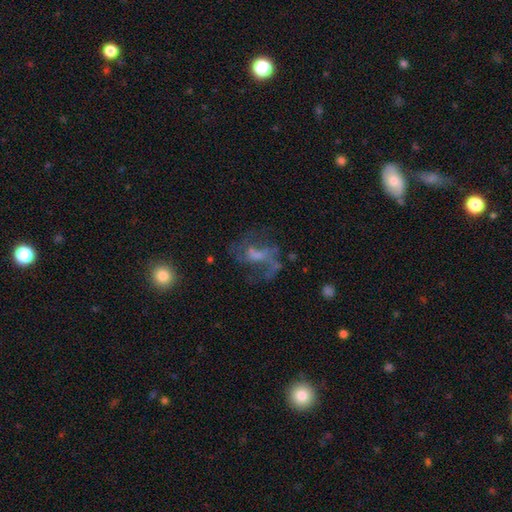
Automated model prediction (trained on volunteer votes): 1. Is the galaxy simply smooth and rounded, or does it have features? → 68% featured or disk, 16% star or artifact, 16% smooth.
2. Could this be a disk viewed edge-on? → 96% no, 4% yes.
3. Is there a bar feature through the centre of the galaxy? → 43% weak (tied), 43% no (tied), 13% strong.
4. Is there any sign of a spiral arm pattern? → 79% yes, 21% no.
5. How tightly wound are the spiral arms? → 49% loose, 39% medium, 12% tight.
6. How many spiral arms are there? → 52% 2, 21% can't tell, 12% 1, 9% 3, 3% 4, 3% more than 4.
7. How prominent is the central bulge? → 33% moderate, 32% small, 27% none, 7% large, 2% dominant.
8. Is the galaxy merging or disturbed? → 51% none, 28% major disturbance, 17% minor disturbance, 4% merger.